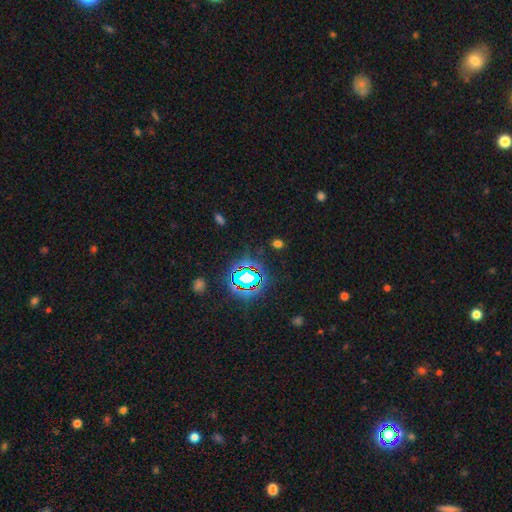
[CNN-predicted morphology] A star or artifact, not a galaxy (79%).

Vote fractions:
- Smooth or featured? star or artifact: 79% / smooth: 13% / featured or disk: 8%